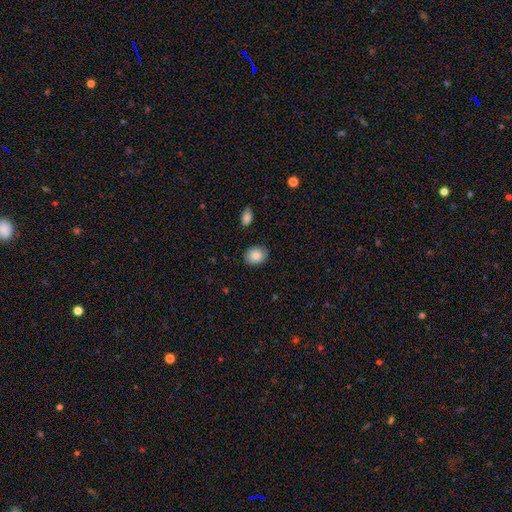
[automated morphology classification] Smooth or featured? smooth (86%)
How rounded? round (52%)
Merging? none (85%)